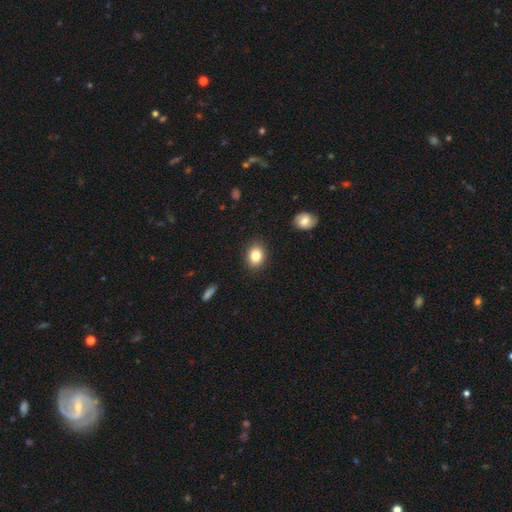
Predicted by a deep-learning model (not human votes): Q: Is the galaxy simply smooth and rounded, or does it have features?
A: smooth — 83%.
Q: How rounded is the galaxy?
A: in between — 52%.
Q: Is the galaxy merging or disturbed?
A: none — 88%.